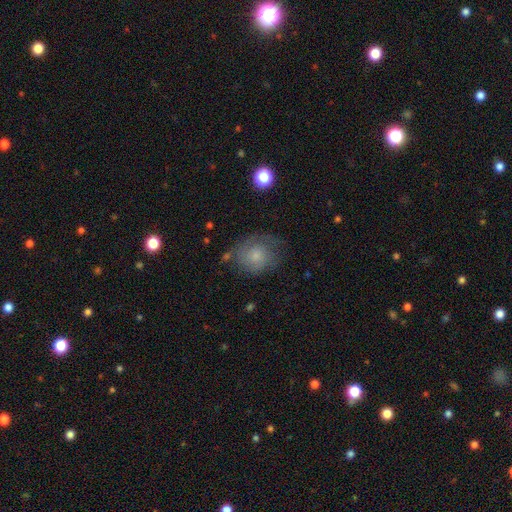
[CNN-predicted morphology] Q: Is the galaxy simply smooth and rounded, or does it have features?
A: smooth — 51%.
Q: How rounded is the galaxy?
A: round — 71%.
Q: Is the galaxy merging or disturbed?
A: none — 59%.